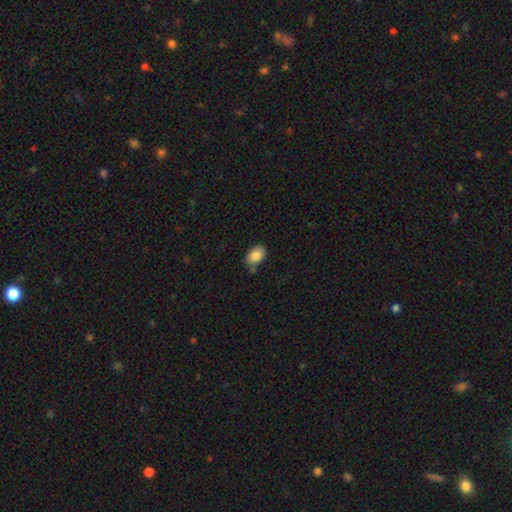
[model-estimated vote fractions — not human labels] Smooth or featured? Predicted: smooth (p=0.84). How rounded? Predicted: in between (p=0.83). Merging? Predicted: none (p=0.72).